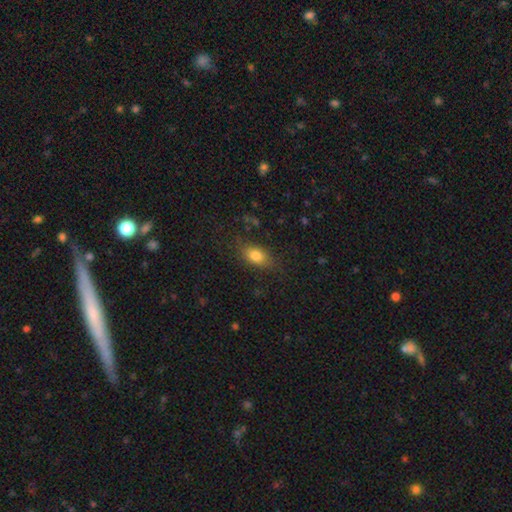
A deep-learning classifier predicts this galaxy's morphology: smooth-or-featured: smooth: 80% | featured or disk: 10% | star or artifact: 10%
  how-rounded: in between: 83% | round: 12% | cigar-shaped: 5%
  merging: none: 78% | minor disturbance: 15% | major disturbance: 6% | merger: 1%